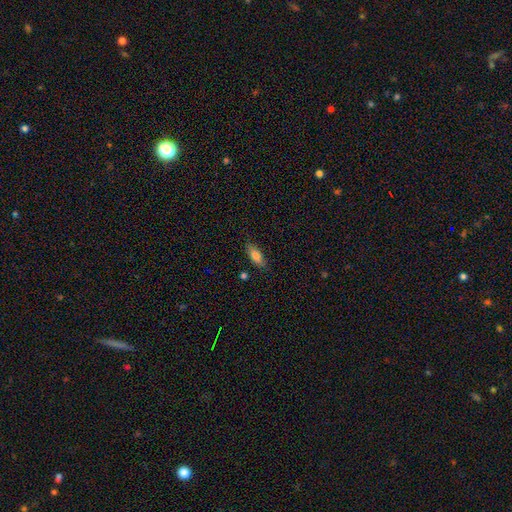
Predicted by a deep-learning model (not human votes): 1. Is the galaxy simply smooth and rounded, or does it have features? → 78% smooth, 14% featured or disk, 7% star or artifact.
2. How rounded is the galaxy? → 73% in between, 25% cigar-shaped, 2% round.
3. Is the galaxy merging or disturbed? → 83% none, 12% minor disturbance, 2% major disturbance, 2% merger.